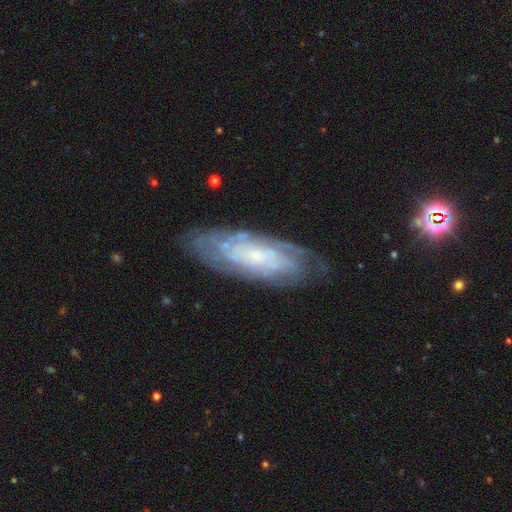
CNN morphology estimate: Q: Smooth or featured?
A: featured or disk (76%); runner-up: smooth (17%)
Q: Edge-on disk?
A: no (87%); runner-up: yes (13%)
Q: Bar?
A: no (78%); runner-up: weak (18%)
Q: Spiral arms?
A: yes (88%); runner-up: no (12%)
Q: Spiral winding?
A: tight (74%); runner-up: medium (20%)
Q: Spiral arm count?
A: can't tell (59%); runner-up: 2 (11%)
Q: Bulge size?
A: small (81%); runner-up: moderate (12%)
Q: Merging?
A: none (76%); runner-up: minor disturbance (17%)